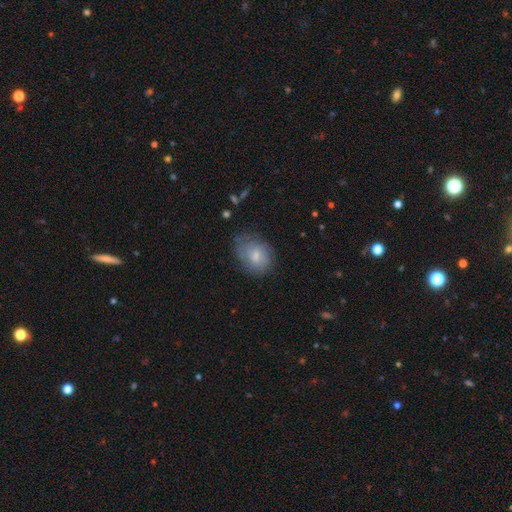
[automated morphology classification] The model was most divided on "merging": none: 54%, minor disturbance: 31%, major disturbance: 13%, merger: 2%. More confident: how rounded — in between (68%); smooth or featured — smooth (67%).